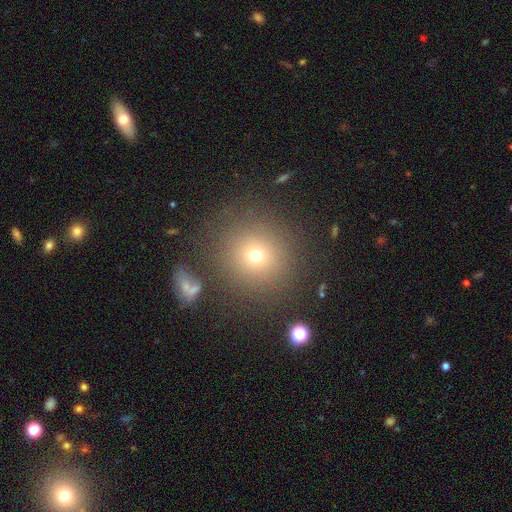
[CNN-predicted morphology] The model was most divided on "smooth or featured": smooth: 70%, star or artifact: 19%, featured or disk: 11%. More confident: how rounded — round (91%); merging — none (82%).